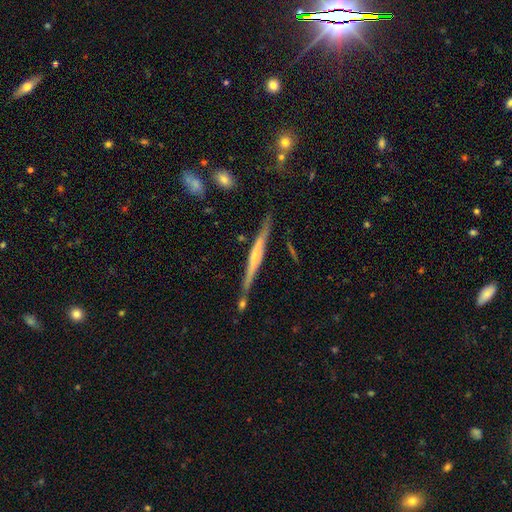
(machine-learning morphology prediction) This is likely a featured or disk galaxy (73%). It is clearly viewed edge-on (97%). Edge-on bulge: possibly rounded (55%). Merging: likely none (80%).